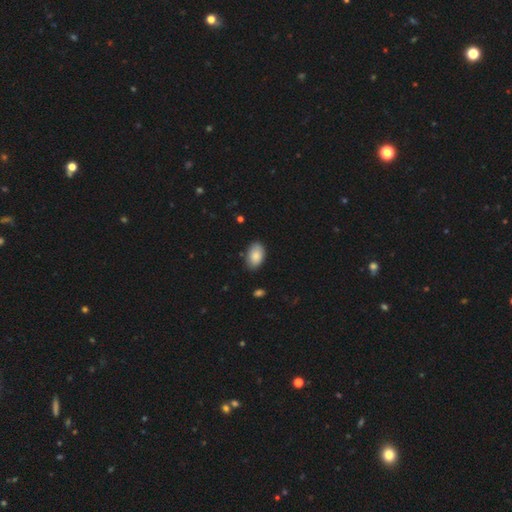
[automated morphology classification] Q: Smooth or featured?
A: smooth (85%); runner-up: featured or disk (8%)
Q: How rounded?
A: in between (93%); runner-up: round (6%)
Q: Merging?
A: none (83%); runner-up: minor disturbance (13%)